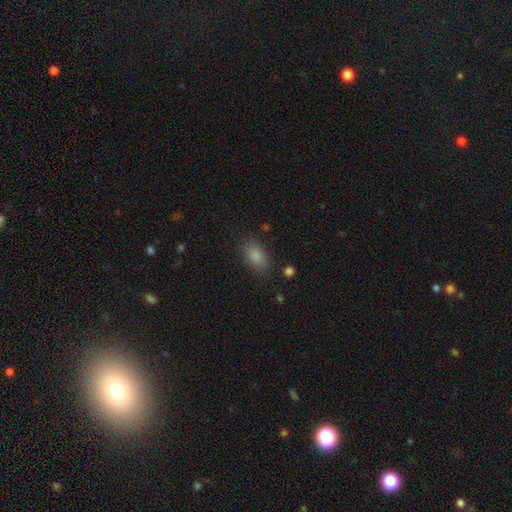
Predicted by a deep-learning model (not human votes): Smooth or featured: smooth — 86% (star or artifact — 9%)
How rounded: in between — 88% (round — 10%)
Merging: none — 82% (minor disturbance — 12%)